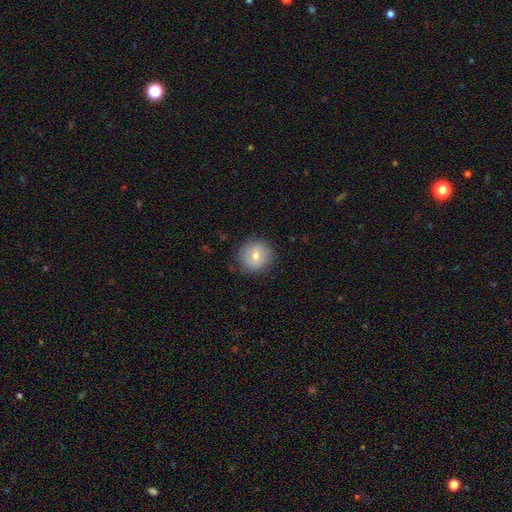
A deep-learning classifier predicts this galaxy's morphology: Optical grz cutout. It shows a smooth galaxy with no disk features (70%) that is round (93%). Merging: none (87%).